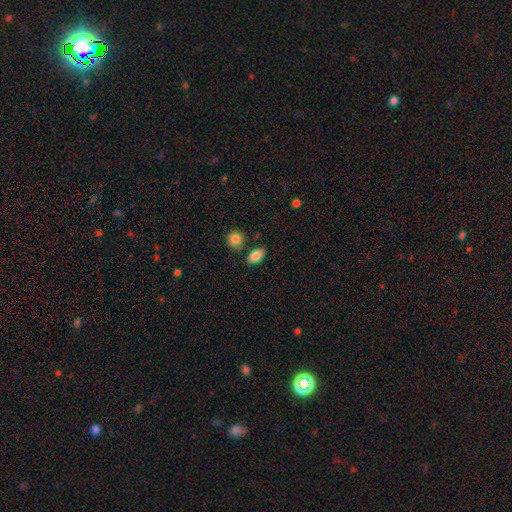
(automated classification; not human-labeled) Smooth or featured: smooth — 85% (star or artifact — 8%)
How rounded: in between — 89% (round — 7%)
Merging: none — 80% (minor disturbance — 11%)